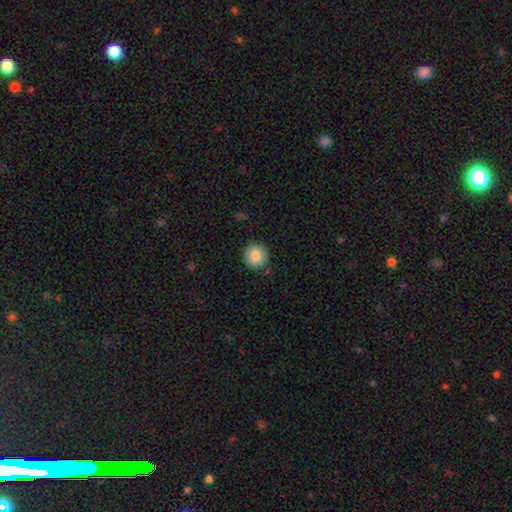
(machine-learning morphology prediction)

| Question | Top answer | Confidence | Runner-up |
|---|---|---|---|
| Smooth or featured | smooth | 82% | featured or disk (9%) |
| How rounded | round | 93% | in between (6%) |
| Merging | none | 87% | minor disturbance (10%) |